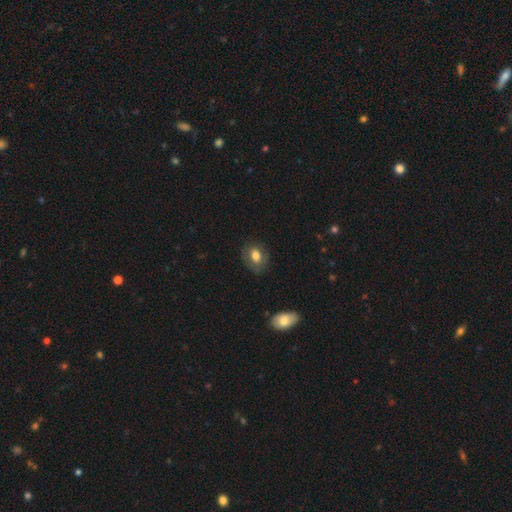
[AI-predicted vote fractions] smooth_or_featured: smooth (p=0.73) [alt: featured or disk p=0.19]
how_rounded: in between (p=0.67) [alt: round p=0.32]
merging: none (p=0.77) [alt: minor disturbance p=0.16]